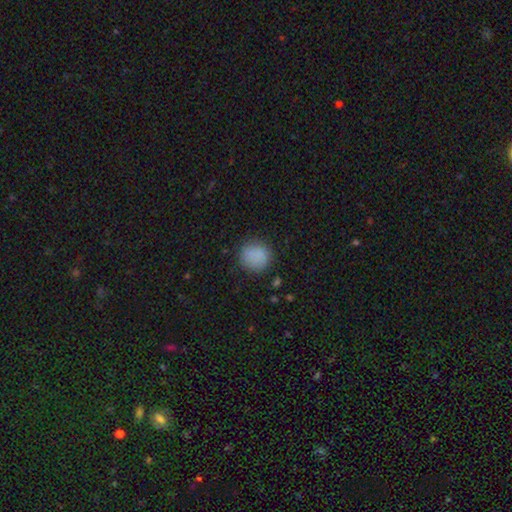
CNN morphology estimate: Smooth or featured? Predicted: smooth (p=0.86). How rounded? Predicted: round (p=0.88). Merging? Predicted: none (p=0.83).